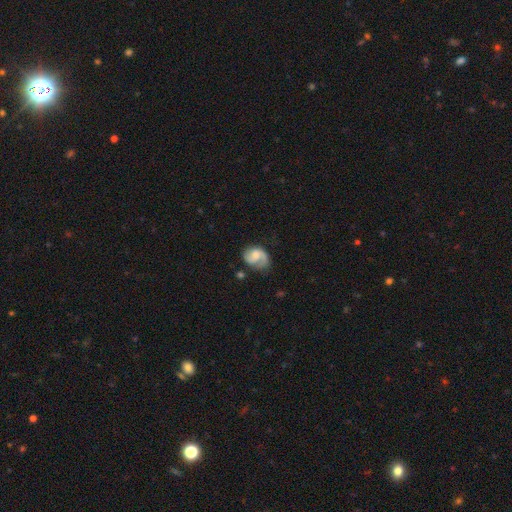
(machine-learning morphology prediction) smooth_or_featured: featured or disk (p=0.68) [alt: smooth p=0.25]
disk_edge_on: no (p=0.98) [alt: yes p=0.02]
bar: no (p=0.59) [alt: weak p=0.35]
has_spiral_arms: yes (p=0.93) [alt: no p=0.07]
spiral_winding: medium (p=0.45) [alt: loose p=0.29]
spiral_arm_count: 2 (p=0.62) [alt: 1 p=0.29]
bulge_size: moderate (p=0.38) [alt: small p=0.34]
merging: none (p=0.57) [alt: minor disturbance p=0.25]